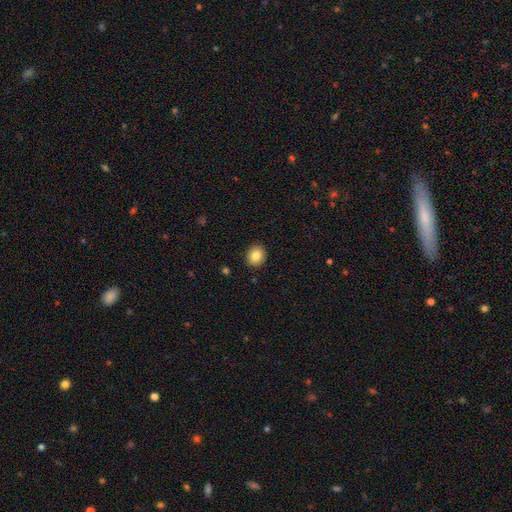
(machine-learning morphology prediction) This is clearly a smooth galaxy (84%). How rounded: likely round (72%). Merging: clearly none (91%).